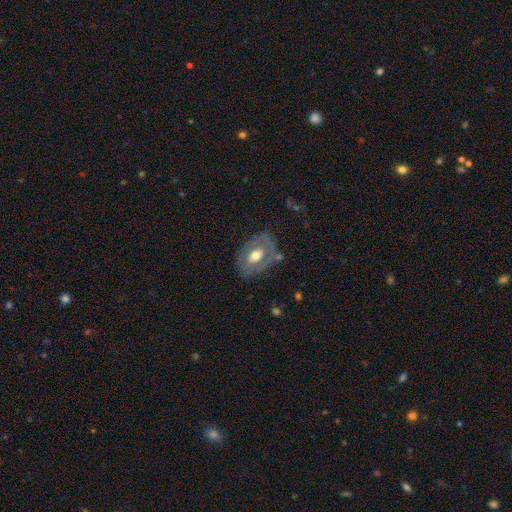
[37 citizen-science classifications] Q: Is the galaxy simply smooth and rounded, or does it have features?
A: smooth — 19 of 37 (51%).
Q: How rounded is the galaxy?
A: in between — 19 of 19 (100%).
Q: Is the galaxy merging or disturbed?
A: none — 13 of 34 (38%).